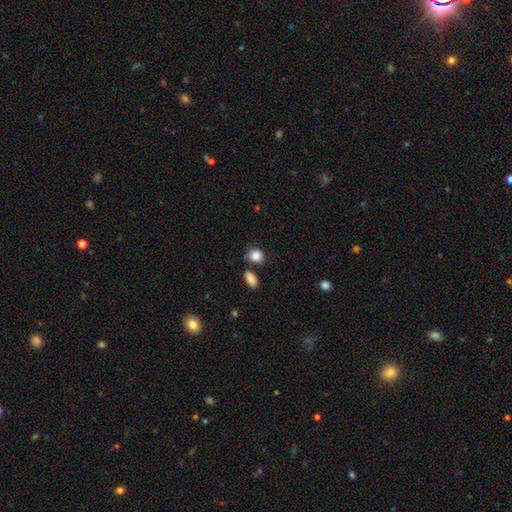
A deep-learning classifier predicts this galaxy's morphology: Smooth or featured?
  - smooth: 87% *
  - star or artifact: 9%
  - featured or disk: 4%
How rounded?
  - round: 64% *
  - in between: 35%
  - cigar-shaped: 1%
Merging?
  - none: 69% *
  - minor disturbance: 15%
  - merger: 12%
  - major disturbance: 4%